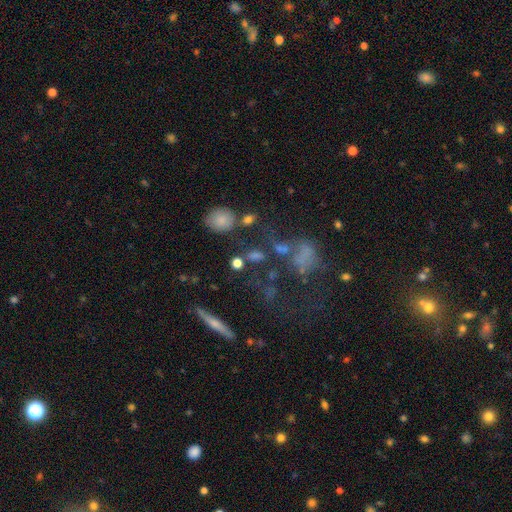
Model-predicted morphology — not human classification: This is possibly a smooth galaxy (45%). Merging: possibly none (54%).